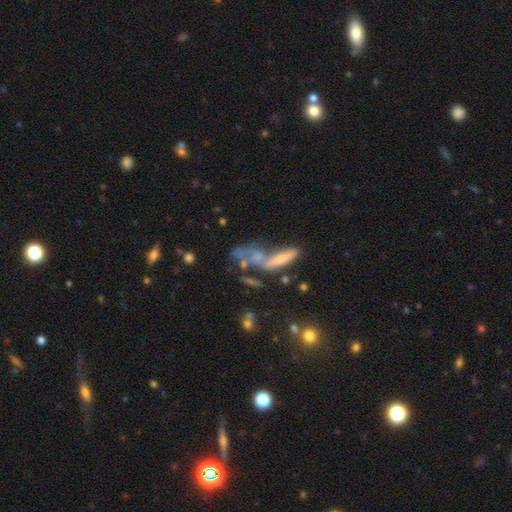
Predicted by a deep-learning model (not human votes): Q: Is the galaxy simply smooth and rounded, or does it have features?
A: smooth — 43%.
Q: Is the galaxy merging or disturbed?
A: merger — 44%.